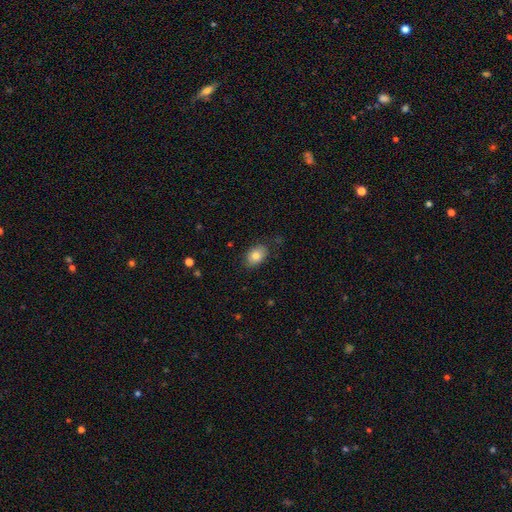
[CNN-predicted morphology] Smooth or featured? Predicted: smooth (p=0.82). How rounded? Predicted: in between (p=0.83). Merging? Predicted: none (p=0.82).